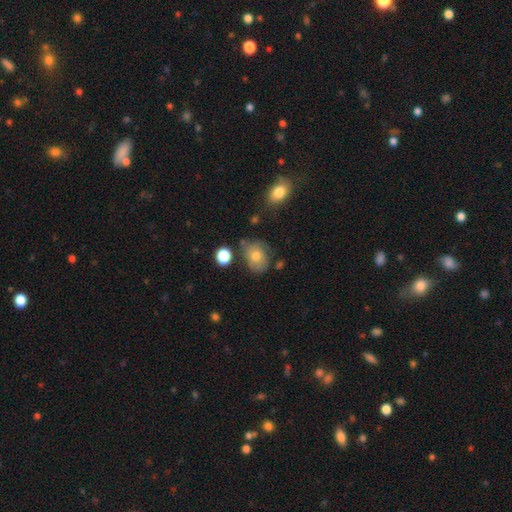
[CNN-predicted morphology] Overall: smooth (66%). How rounded: in between (61%; round 38%). Merging: none (58%; minor disturbance 27%).